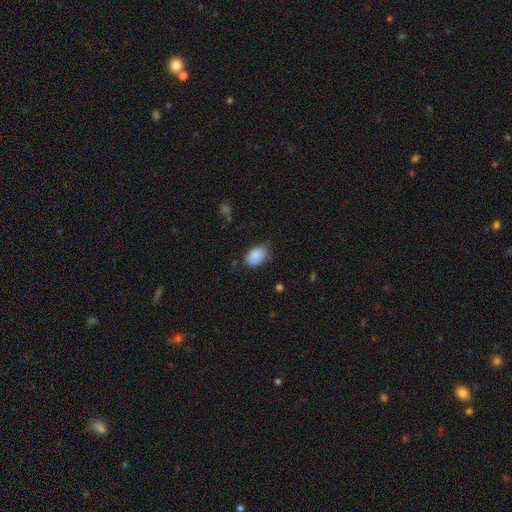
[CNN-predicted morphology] The model was most divided on "merging": none: 57%, minor disturbance: 36%, major disturbance: 6%, merger: 2%. More confident: how rounded — in between (90%); smooth or featured — smooth (85%).